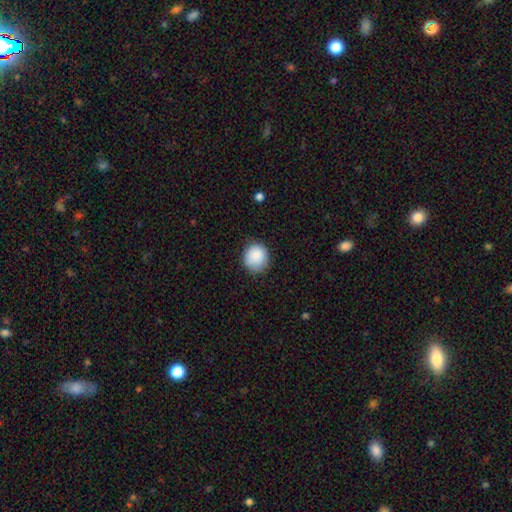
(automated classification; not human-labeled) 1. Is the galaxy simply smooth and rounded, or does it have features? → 88% smooth, 8% star or artifact, 5% featured or disk.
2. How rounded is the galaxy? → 89% round, 10% in between, 1% cigar-shaped.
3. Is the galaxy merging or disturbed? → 78% none, 17% minor disturbance, 3% major disturbance, 1% merger.